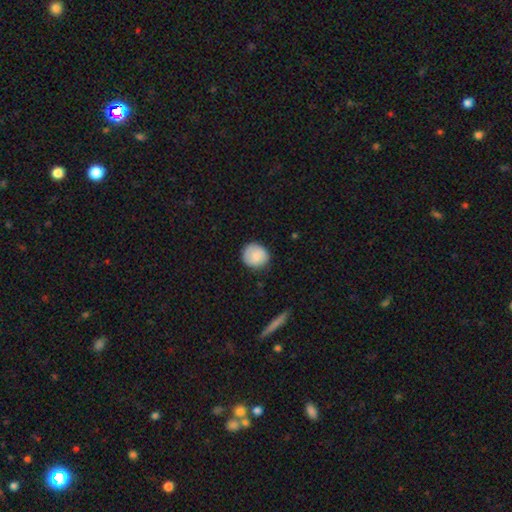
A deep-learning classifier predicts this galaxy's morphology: Smooth or featured? smooth (83%)
How rounded? round (89%)
Merging? none (84%)